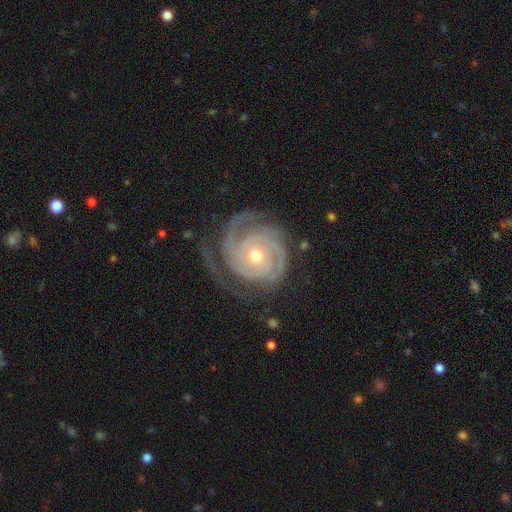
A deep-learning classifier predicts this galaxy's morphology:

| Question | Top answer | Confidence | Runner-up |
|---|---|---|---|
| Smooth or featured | featured or disk | 92% | star or artifact (4%) |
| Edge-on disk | no | 98% | yes (2%) |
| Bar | no | 77% | weak (16%) |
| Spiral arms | yes | 98% | no (2%) |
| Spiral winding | tight | 80% | medium (17%) |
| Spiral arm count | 3 | 39% | 2 (24%) |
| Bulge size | moderate | 55% | small (41%) |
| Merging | none | 69% | minor disturbance (19%) |